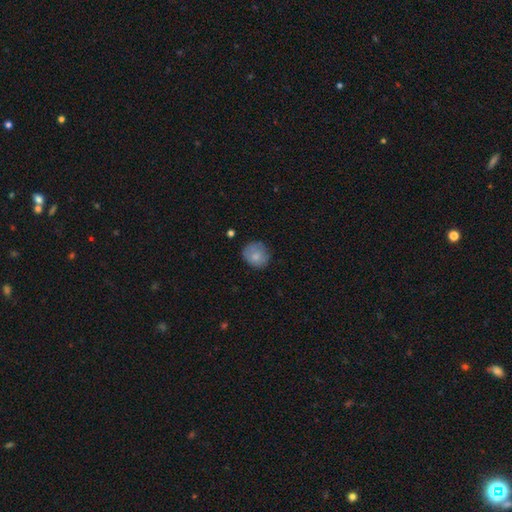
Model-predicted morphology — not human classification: This appears to be a smooth galaxy with no disk features (79%) that is round (80%). Merging: none (74%).